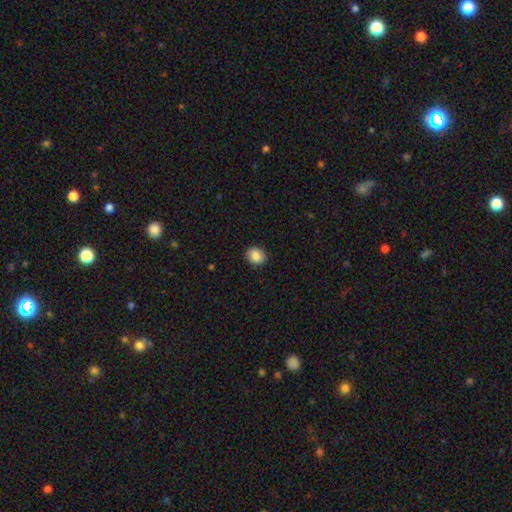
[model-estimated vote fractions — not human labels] This is clearly a smooth galaxy (87%). How rounded: likely round (67%). Merging: clearly none (89%).